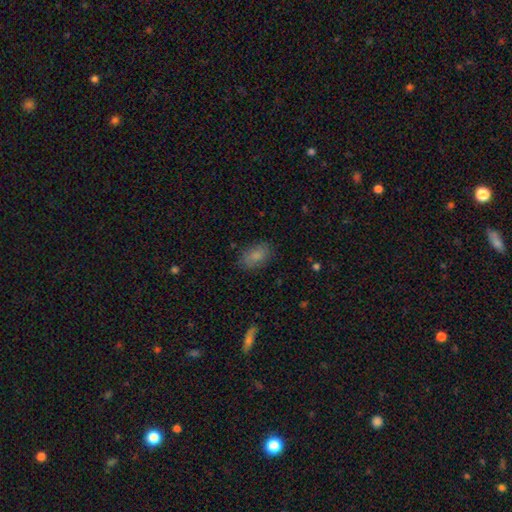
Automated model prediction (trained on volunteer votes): A smooth galaxy with no disk features (82%) that is in between round and cigar-shaped (87%). Merging: none (80%).